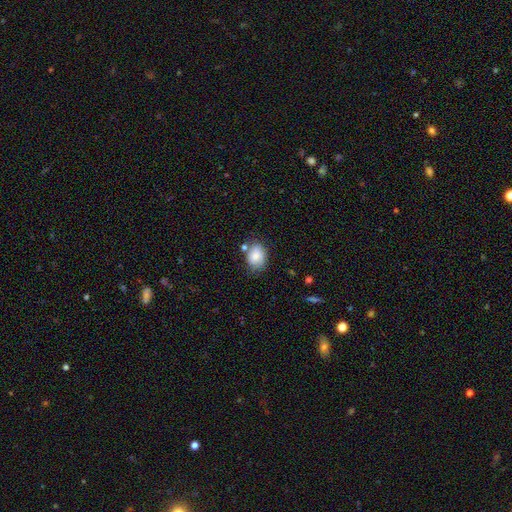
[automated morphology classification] This is likely a smooth galaxy (75%). How rounded: likely in between (73%). Merging: likely none (62%).